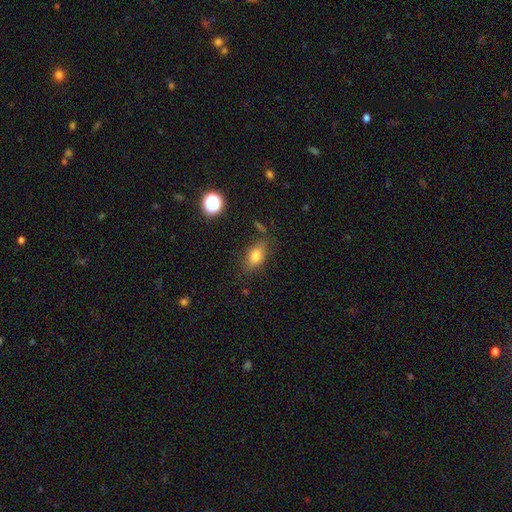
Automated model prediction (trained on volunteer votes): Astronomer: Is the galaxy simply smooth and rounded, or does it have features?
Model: smooth — 77%.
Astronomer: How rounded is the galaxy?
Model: in between — 82%.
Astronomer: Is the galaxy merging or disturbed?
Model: none — 76%.